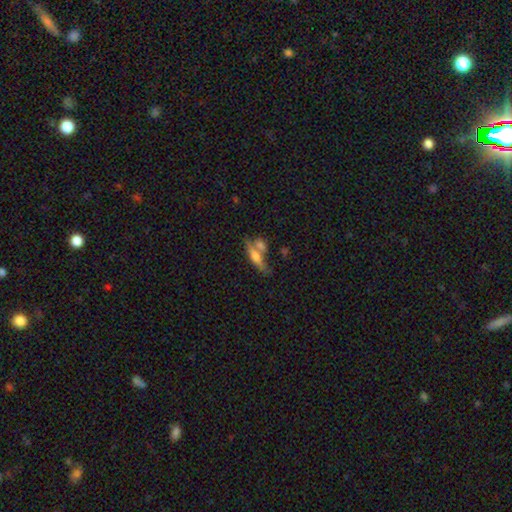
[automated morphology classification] Smooth or featured? featured or disk (51%)
Edge-on disk? yes (81%)
Merging? none (48%)